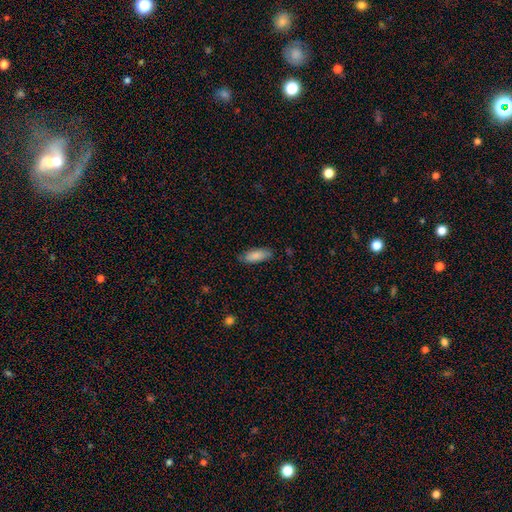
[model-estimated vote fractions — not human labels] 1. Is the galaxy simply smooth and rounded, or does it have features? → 85% smooth, 9% featured or disk, 6% star or artifact.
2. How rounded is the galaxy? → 74% in between, 24% cigar-shaped, 2% round.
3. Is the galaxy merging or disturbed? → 78% none, 17% minor disturbance, 3% major disturbance, 1% merger.